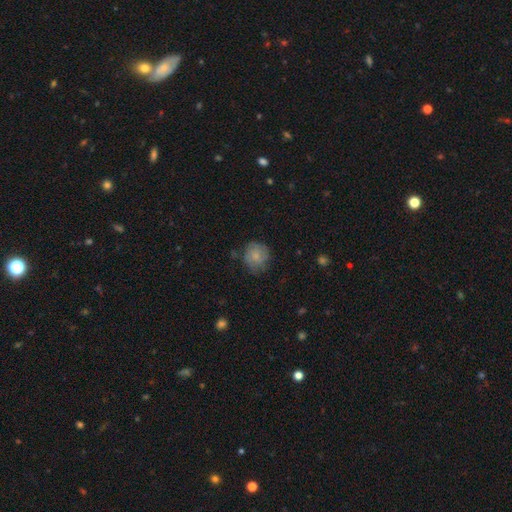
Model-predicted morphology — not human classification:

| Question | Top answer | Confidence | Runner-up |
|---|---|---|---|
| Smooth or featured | smooth | 71% | featured or disk (21%) |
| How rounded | round | 85% | in between (14%) |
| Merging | none | 67% | minor disturbance (24%) |